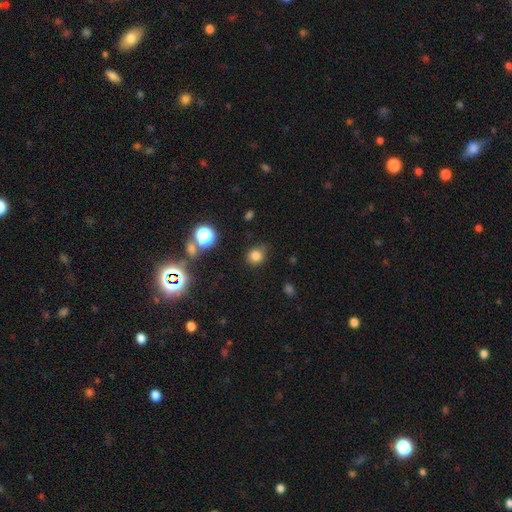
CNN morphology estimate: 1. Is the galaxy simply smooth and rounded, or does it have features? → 79% smooth, 16% star or artifact, 6% featured or disk.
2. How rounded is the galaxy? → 79% round, 20% in between, 1% cigar-shaped.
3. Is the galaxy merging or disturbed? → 78% none, 16% minor disturbance, 4% major disturbance, 2% merger.